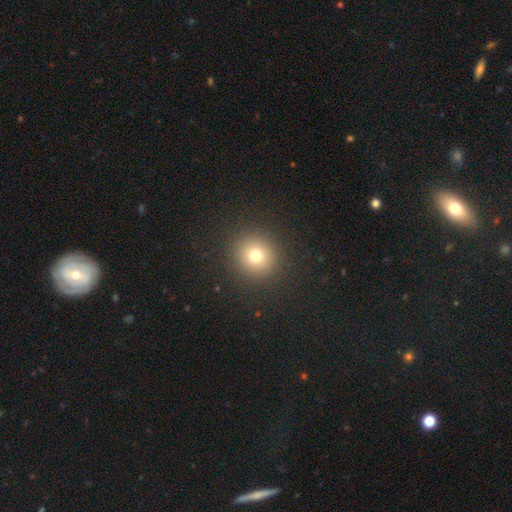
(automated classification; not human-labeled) Morphology: type=smooth (74%); roundness=round (91%); merging=none (91%).